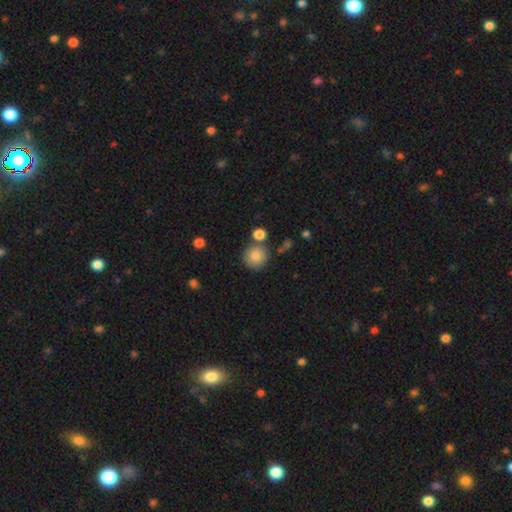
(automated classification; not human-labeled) Smooth or featured? Predicted: smooth (p=0.84). How rounded? Predicted: round (p=0.92). Merging? Predicted: none (p=0.74).